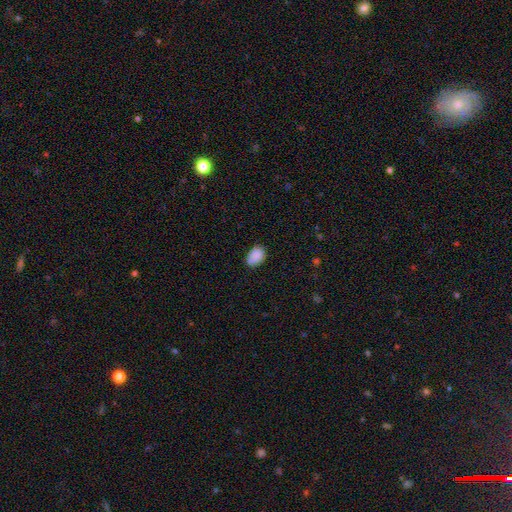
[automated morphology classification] This is clearly a smooth galaxy (87%). How rounded: clearly in between (82%). Merging: likely none (70%).